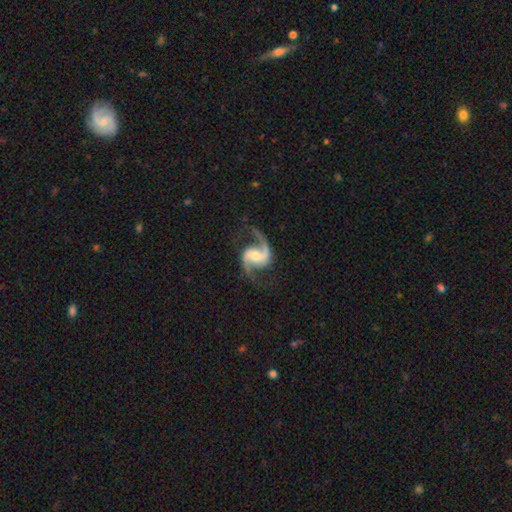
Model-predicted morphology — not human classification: Overall: featured or disk (93%). Edge-on disk: no (98%). Bar: weak (41%; no 36%). Spiral arms: yes (98%). Spiral arm count: 2 (94%). Spiral winding: medium (47%; loose 46%). Bulge size: moderate (57%; small 30%). Merging: none (79%).